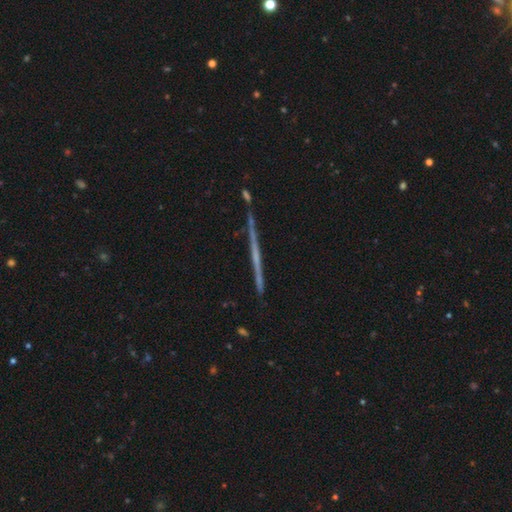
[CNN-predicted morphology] Smooth or featured? Predicted: featured or disk (p=0.67). Edge-on disk? Predicted: yes (p=0.98). Edge-on bulge? Predicted: none (p=0.85). Merging? Predicted: none (p=0.86).